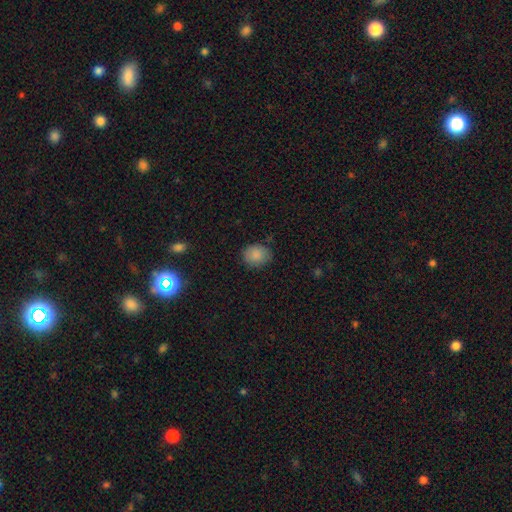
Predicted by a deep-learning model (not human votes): smooth_or_featured: smooth (p=0.86) [alt: star or artifact p=0.09]
how_rounded: round (p=0.64) [alt: in between p=0.35]
merging: none (p=0.82) [alt: minor disturbance p=0.14]